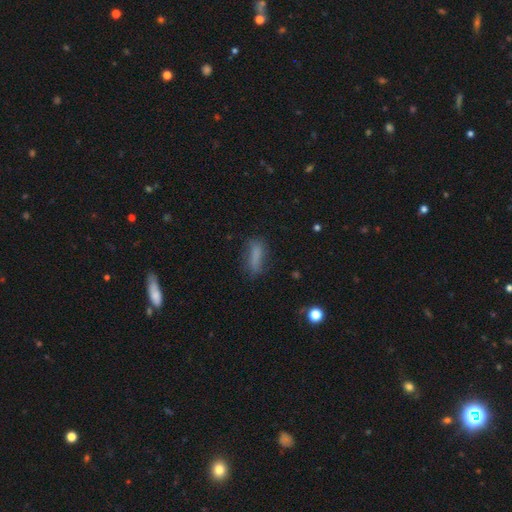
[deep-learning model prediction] A smooth galaxy with no disk features (73%) that is in between round and cigar-shaped (49%). Merging: none (64%).